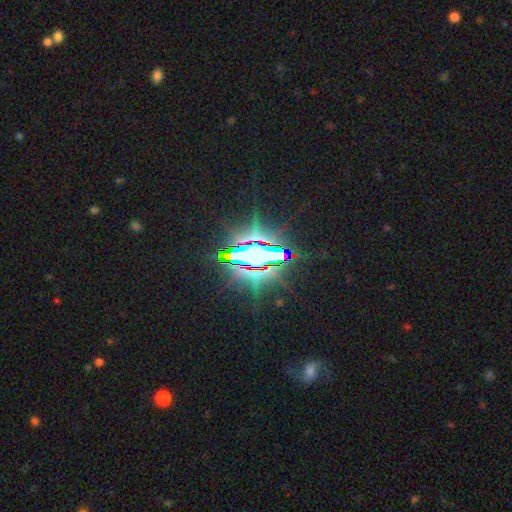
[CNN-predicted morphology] Q: Smooth or featured?
A: star or artifact (78%); runner-up: featured or disk (12%)